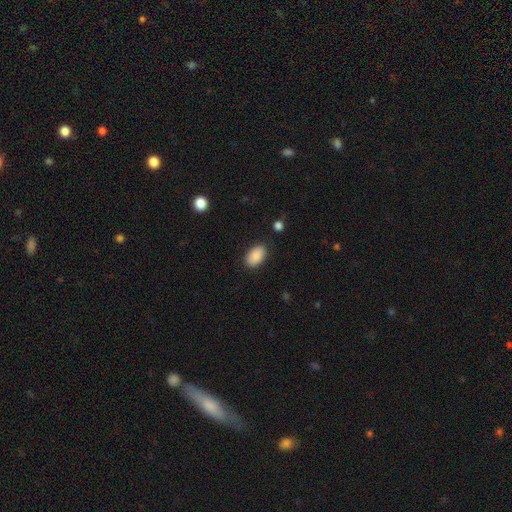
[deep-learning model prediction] Smooth or featured? Predicted: smooth (p=0.90). How rounded? Predicted: in between (p=0.93). Merging? Predicted: none (p=0.86).